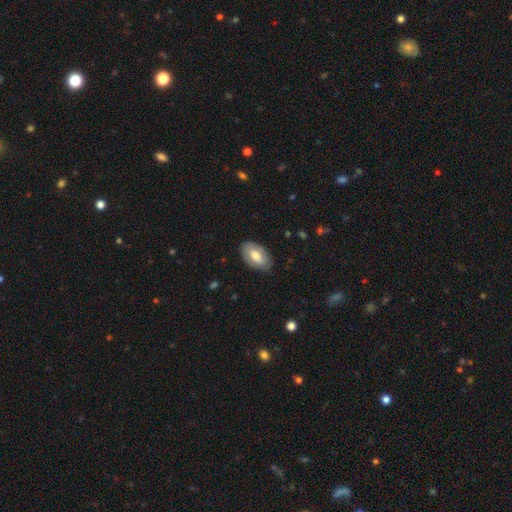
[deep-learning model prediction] A smooth galaxy with no disk features (62%) that is in between round and cigar-shaped (94%). Merging: none (82%).